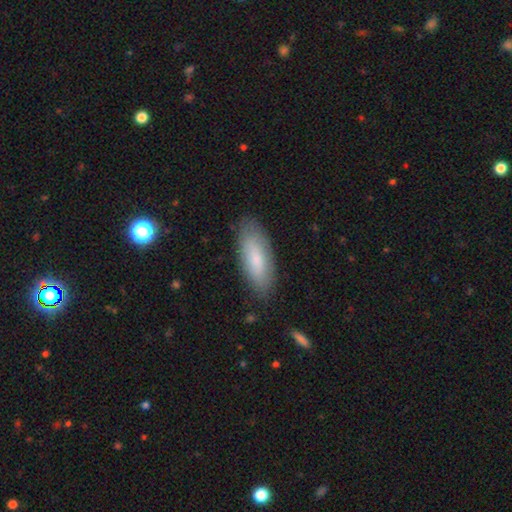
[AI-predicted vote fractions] This appears to be a smooth galaxy with no disk features (73%) that is in between round and cigar-shaped (71%). Merging: none (84%).